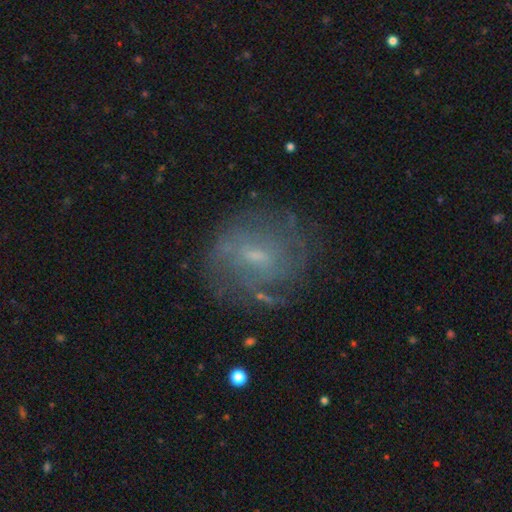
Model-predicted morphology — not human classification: This appears to be a featured or disk galaxy (67%) with a weak bar (55%), spiral arms (72%) and a small central bulge (62%). Merging: none (69%).